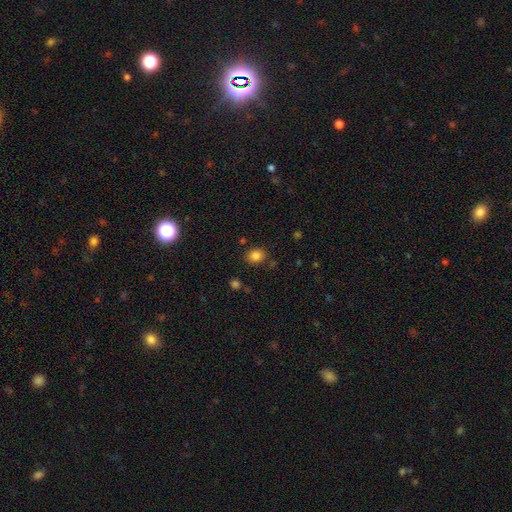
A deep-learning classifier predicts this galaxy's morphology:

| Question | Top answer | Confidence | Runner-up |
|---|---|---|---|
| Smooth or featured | smooth | 84% | star or artifact (11%) |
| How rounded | round | 59% | in between (40%) |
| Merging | none | 82% | minor disturbance (11%) |